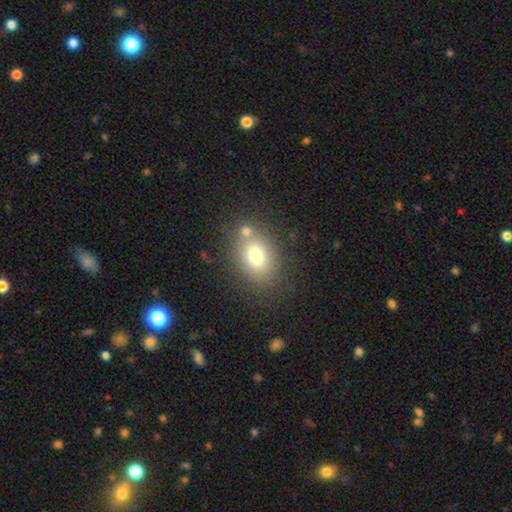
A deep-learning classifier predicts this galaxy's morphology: This is likely a smooth galaxy (73%). How rounded: likely in between (60%). Merging: likely none (64%).